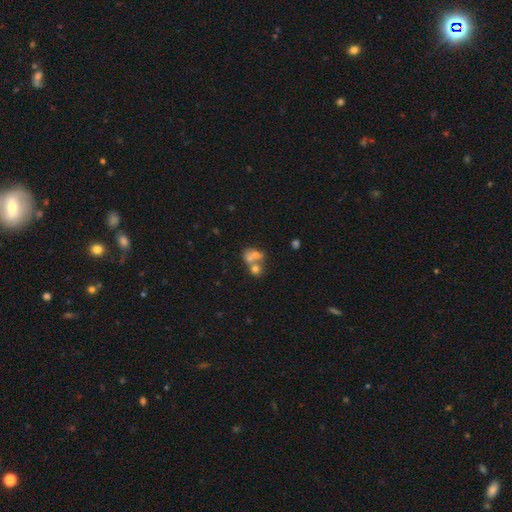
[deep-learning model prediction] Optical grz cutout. It shows a smooth galaxy with no disk features (59%) that is in between round and cigar-shaped (53%). Merging: merger (63%).